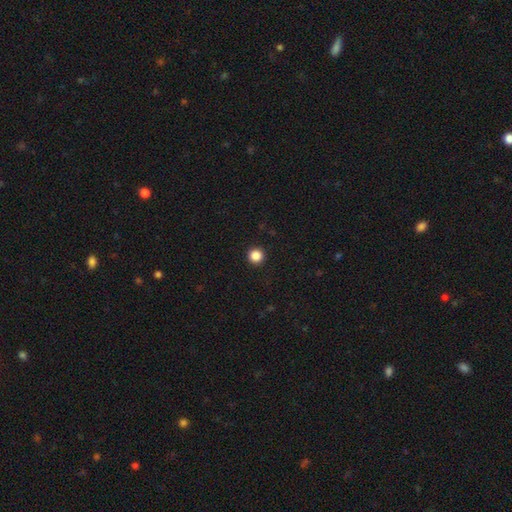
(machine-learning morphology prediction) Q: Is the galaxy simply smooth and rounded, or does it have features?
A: smooth — 87%.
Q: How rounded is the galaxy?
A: round — 96%.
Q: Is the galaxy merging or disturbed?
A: none — 94%.